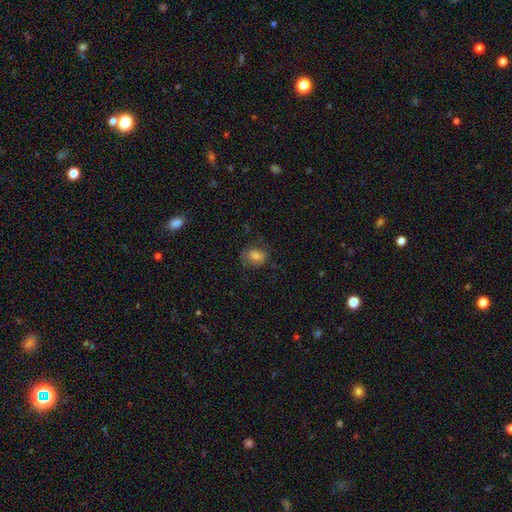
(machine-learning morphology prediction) smooth 69%, featured or disk 19%, star or artifact 11%. Down the decision tree: how rounded — in between (52%); merging — none (68%).